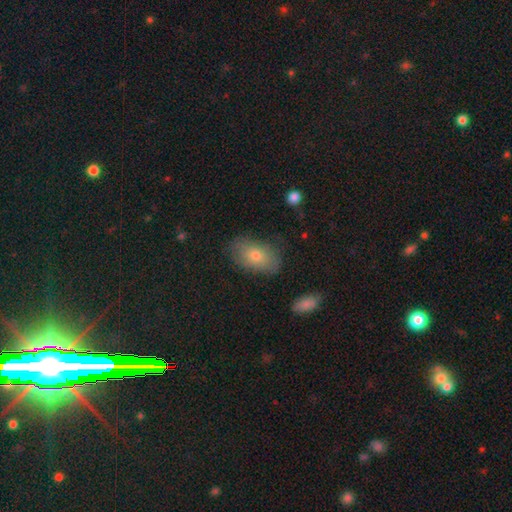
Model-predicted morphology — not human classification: Smooth or featured: smooth — 74% (featured or disk — 18%)
How rounded: in between — 90% (round — 8%)
Merging: none — 77% (minor disturbance — 17%)